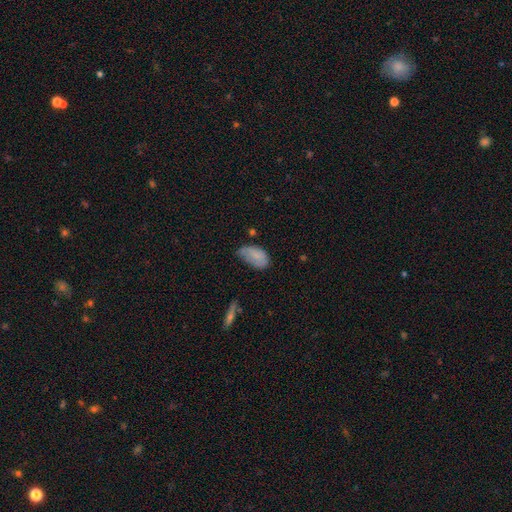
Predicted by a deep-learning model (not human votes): smooth-or-featured: smooth: 78% | featured or disk: 14% | star or artifact: 7%
  how-rounded: in between: 94% | round: 4% | cigar-shaped: 2%
  merging: minor disturbance: 42% (tied) | none: 42% (tied) | major disturbance: 12% | merger: 3%